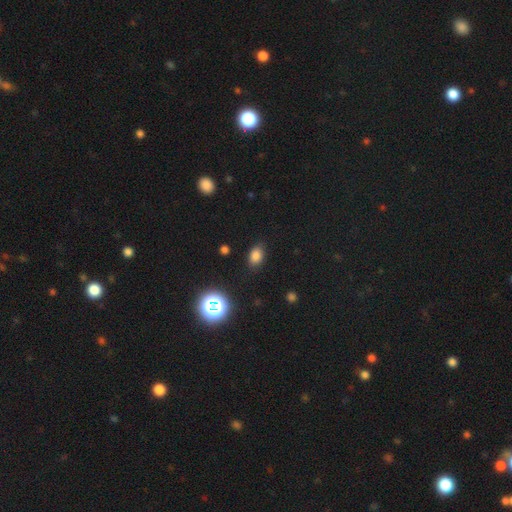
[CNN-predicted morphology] This is likely a smooth galaxy (78%). How rounded: likely in between (79%). Merging: clearly none (84%).